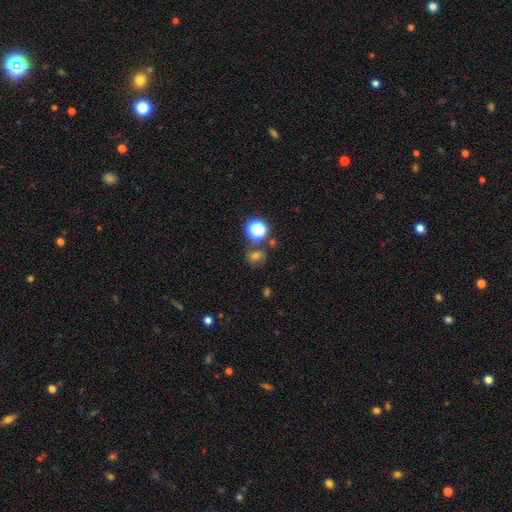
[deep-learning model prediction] Smooth or featured? Predicted: smooth (p=0.52). How rounded? Predicted: round (p=0.71). Merging? Predicted: none (p=0.69).